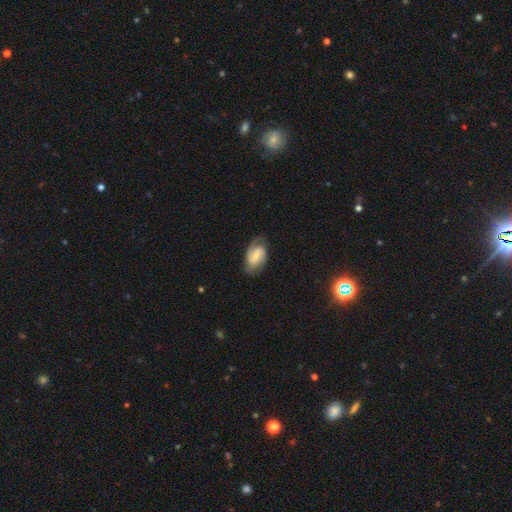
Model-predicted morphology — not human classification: The model was most divided on "spiral winding": medium: 45%, tight: 37%, loose: 18%. Remaining: edge-on disk — no (96%); spiral arms — yes (92%); spiral arm count — 2 (81%); merging — none (75%); smooth or featured — featured or disk (66%); bulge size — small (57%); bar — weak (47%).